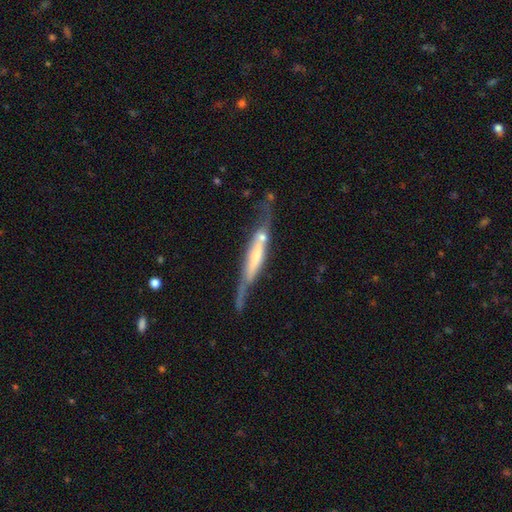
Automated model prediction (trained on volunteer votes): featured or disk 71%, smooth 23%, star or artifact 6%. Down the decision tree: edge-on disk — yes (79%); edge-on bulge — boxy (39%); merging — none (51%).